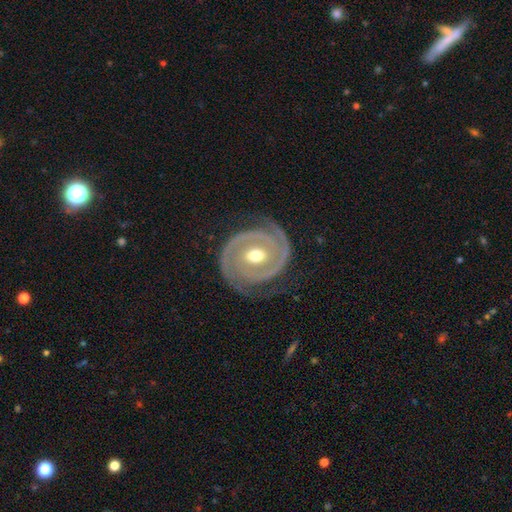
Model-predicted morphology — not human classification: Smooth or featured? Predicted: featured or disk (p=0.92). Edge-on disk? Predicted: no (p=0.98). Bar? Predicted: no (p=0.52). Spiral arms? Predicted: yes (p=0.97). Spiral winding? Predicted: tight (p=0.71). Spiral arm count? Predicted: 2 (p=0.90). Bulge size? Predicted: moderate (p=0.78). Merging? Predicted: none (p=0.81).